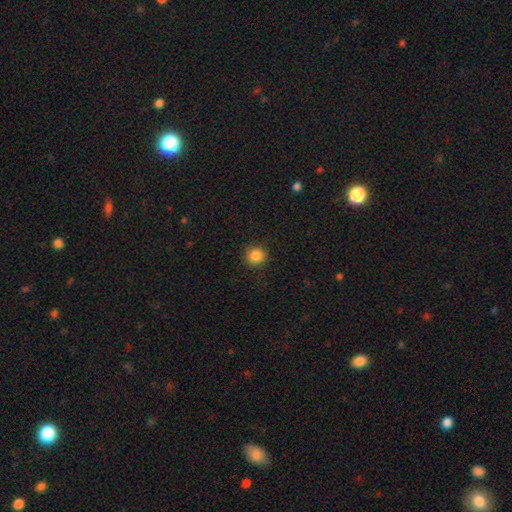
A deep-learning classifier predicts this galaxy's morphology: type=smooth (86%); roundness=round (90%); merging=none (88%).